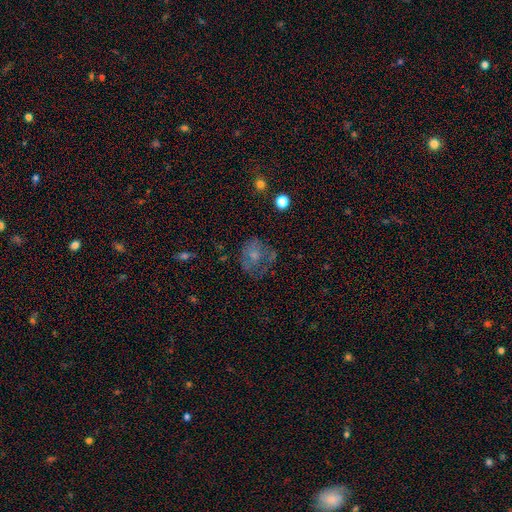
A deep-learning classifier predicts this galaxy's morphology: Smooth or featured? Predicted: smooth (p=0.52). How rounded? Predicted: round (p=0.57). Merging? Predicted: none (p=0.45).